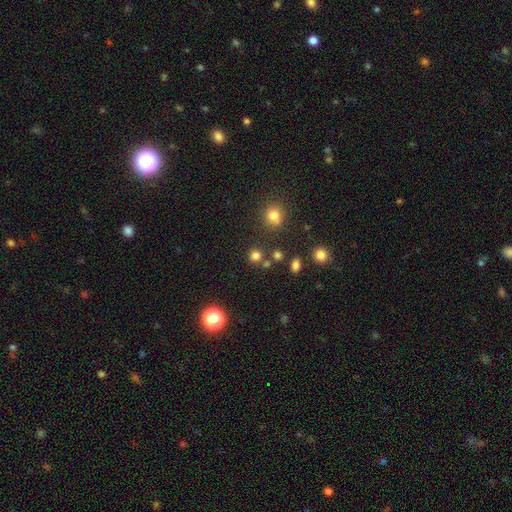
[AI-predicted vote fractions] Overall: smooth (76%). How rounded: round (90%). Merging: none (77%).